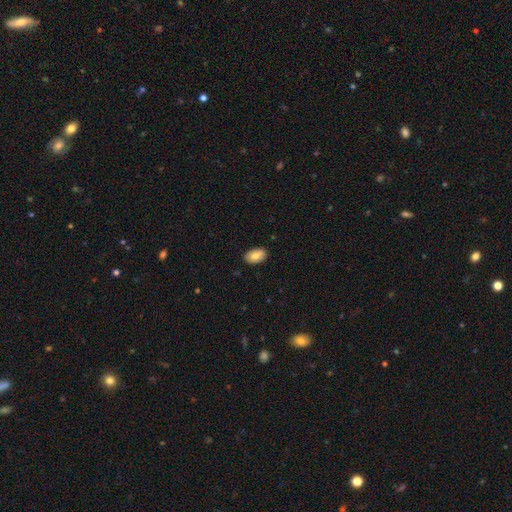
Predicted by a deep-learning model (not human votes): The model was most divided on "smooth or featured": smooth: 82%, featured or disk: 12%, star or artifact: 7%. More confident: how rounded — in between (94%); merging — none (88%).